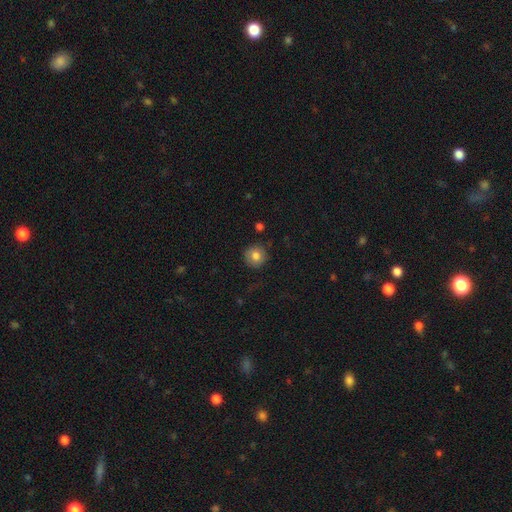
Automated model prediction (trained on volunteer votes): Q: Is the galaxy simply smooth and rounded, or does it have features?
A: smooth — 79%.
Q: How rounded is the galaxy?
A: round — 91%.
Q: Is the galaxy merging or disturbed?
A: none — 84%.